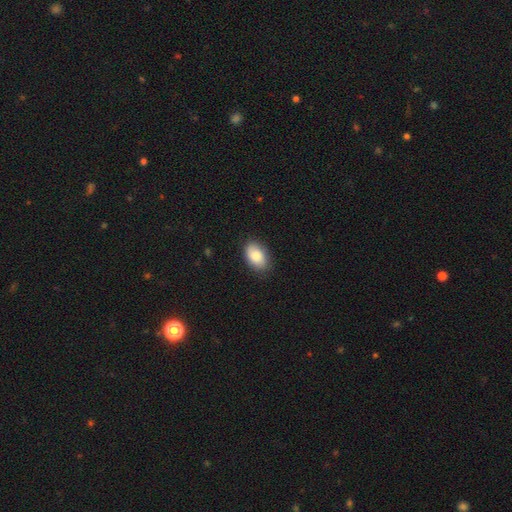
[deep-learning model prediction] smooth 83%, featured or disk 10%, star or artifact 7%. Down the decision tree: how rounded — in between (90%); merging — none (84%).